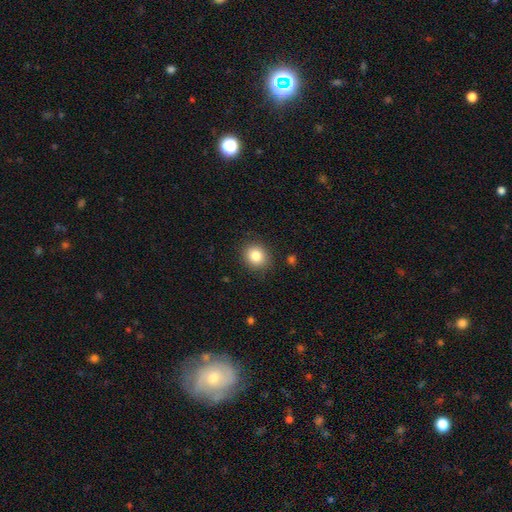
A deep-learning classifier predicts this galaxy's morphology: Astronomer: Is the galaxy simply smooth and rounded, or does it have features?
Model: smooth — 83%.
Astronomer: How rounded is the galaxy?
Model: round — 76%.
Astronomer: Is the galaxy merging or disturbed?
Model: none — 88%.